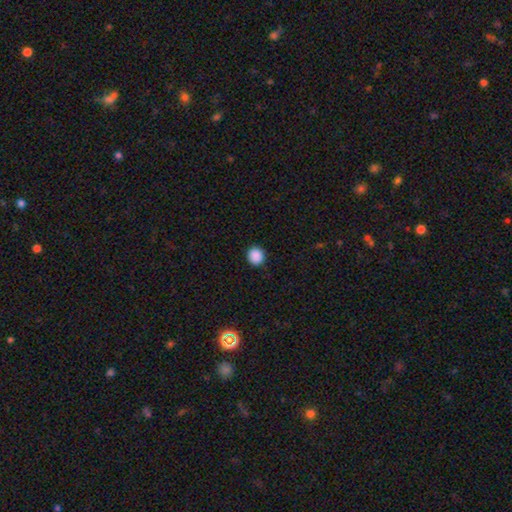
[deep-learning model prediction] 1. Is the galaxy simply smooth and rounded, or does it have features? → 89% smooth, 9% star or artifact, 2% featured or disk.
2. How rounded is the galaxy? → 88% round, 11% in between, 1% cigar-shaped.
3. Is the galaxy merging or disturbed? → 92% none, 5% minor disturbance, 2% major disturbance, 1% merger.